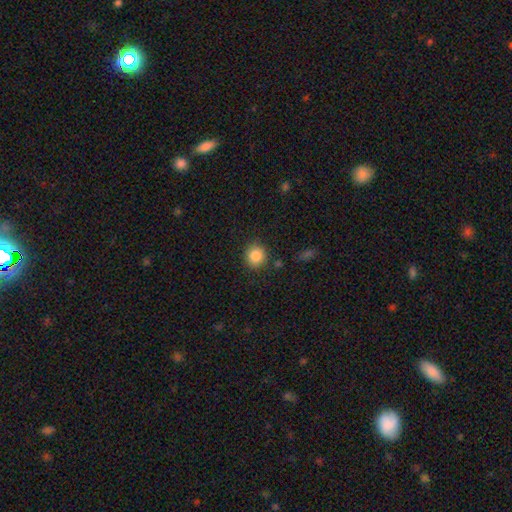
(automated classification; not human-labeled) A smooth galaxy with no disk features (86%) that is round (89%).

Vote fractions:
- Smooth or featured? smooth: 86% / star or artifact: 9% / featured or disk: 5%
- How rounded? round: 89% / in between: 10% / cigar-shaped: 1%
- Merging? none: 86% / minor disturbance: 8% / merger: 3% / major disturbance: 3%